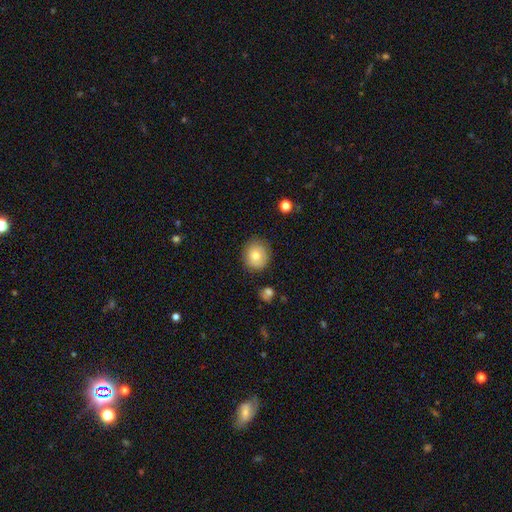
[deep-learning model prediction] This appears to be a smooth galaxy with no disk features (76%) that is round (78%). Merging: none (82%).